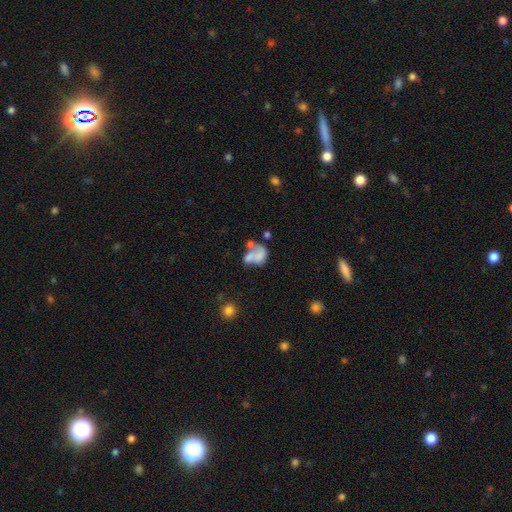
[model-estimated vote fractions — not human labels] This is possibly a smooth galaxy (47%). Merging: marginally merger (41%).